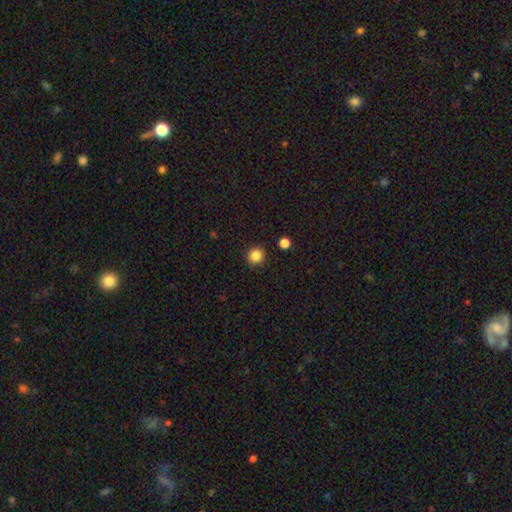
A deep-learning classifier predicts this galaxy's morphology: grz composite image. It shows a smooth galaxy with no disk features (85%) that is round (92%). Merging: none (90%).